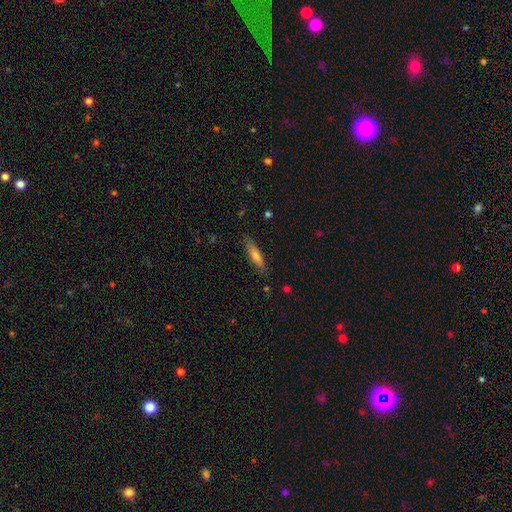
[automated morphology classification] This is likely a smooth galaxy (69%). How rounded: likely cigar-shaped (74%). Merging: clearly none (83%).